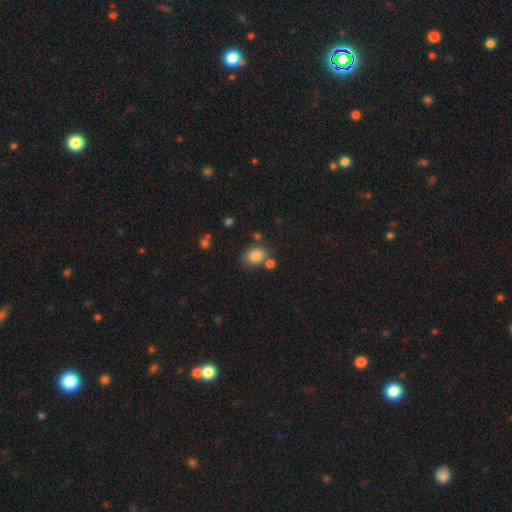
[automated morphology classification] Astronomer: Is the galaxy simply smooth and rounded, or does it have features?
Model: smooth — 83%.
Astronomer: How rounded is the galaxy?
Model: round — 50% (runner-up: in between, 49%).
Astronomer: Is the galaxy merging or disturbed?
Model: none — 66%.